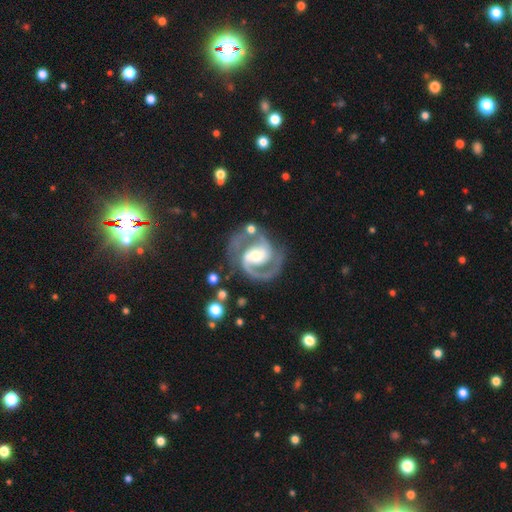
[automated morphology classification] This is clearly a featured or disk galaxy (91%). It is clearly not viewed edge-on (98%). Bar: marginally weak (39%). Spiral arm pattern: clearly yes (98%). Spiral arm count: clearly 2 (90%). Spiral winding: possibly medium (57%). Central bulge: likely moderate (64%). Merging: likely none (70%).